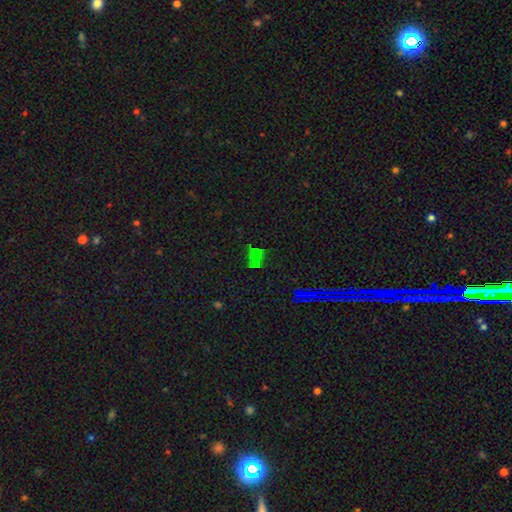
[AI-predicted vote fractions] Smooth or featured?
  - star or artifact: 61% *
  - smooth: 26%
  - featured or disk: 13%